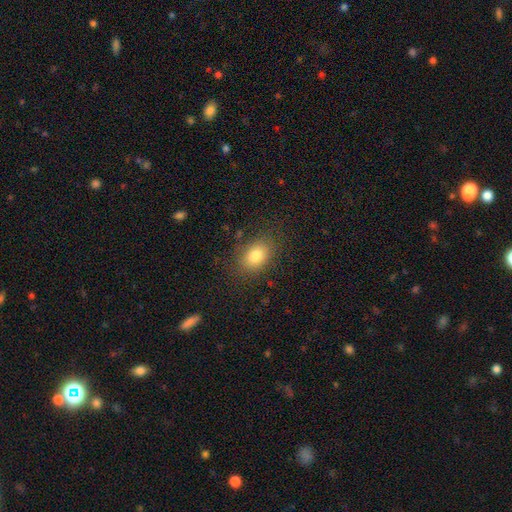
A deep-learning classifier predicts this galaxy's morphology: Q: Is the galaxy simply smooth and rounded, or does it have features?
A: smooth — 81%.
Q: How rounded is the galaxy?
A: in between — 78%.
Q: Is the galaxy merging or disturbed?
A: none — 81%.